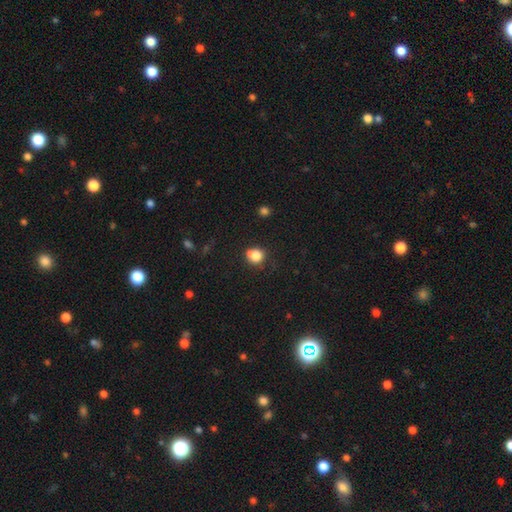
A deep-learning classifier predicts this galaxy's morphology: Smooth or featured: smooth — 82% (star or artifact — 11%)
How rounded: round — 78% (in between — 21%)
Merging: none — 61% (minor disturbance — 22%)